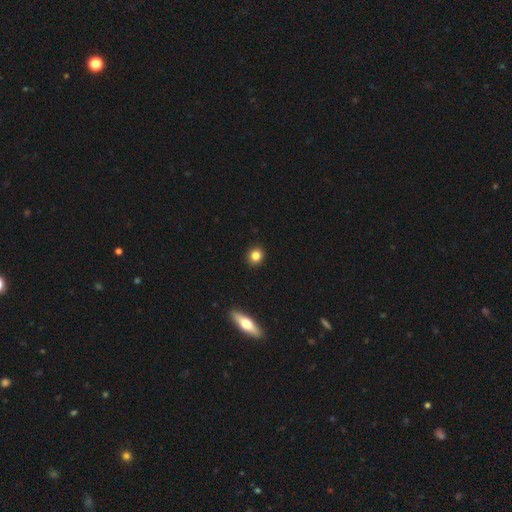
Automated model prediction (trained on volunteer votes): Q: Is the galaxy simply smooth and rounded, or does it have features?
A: smooth — 84%.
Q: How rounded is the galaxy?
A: round — 86%.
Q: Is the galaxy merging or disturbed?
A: none — 92%.